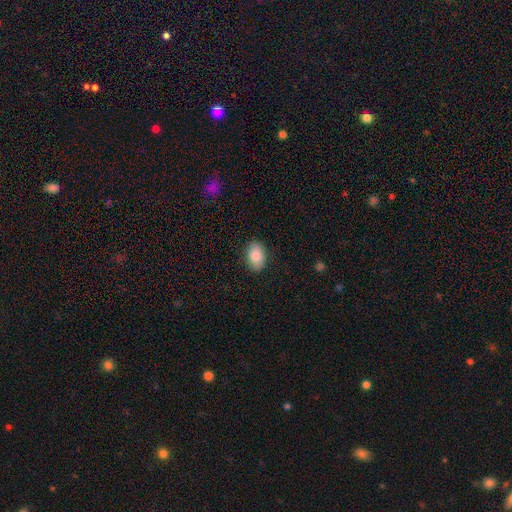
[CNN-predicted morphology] smooth 85%, featured or disk 8%, star or artifact 7%. Down the decision tree: how rounded — in between (85%); merging — none (87%).